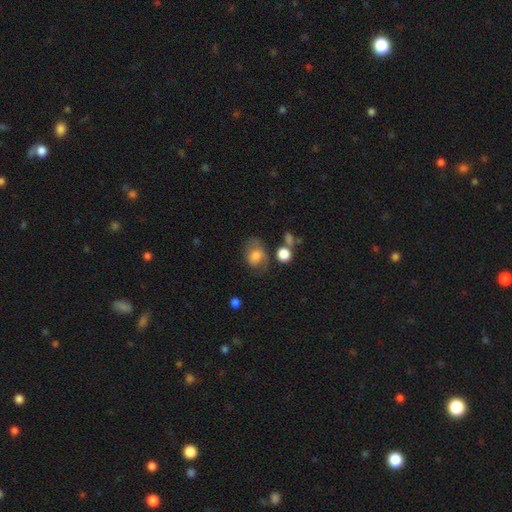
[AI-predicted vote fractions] smooth-or-featured: smooth: 64% | featured or disk: 26% | star or artifact: 9%
  how-rounded: in between: 61% | round: 38% | cigar-shaped: 1%
  merging: none: 42% | minor disturbance: 27% | major disturbance: 23% | merger: 7%